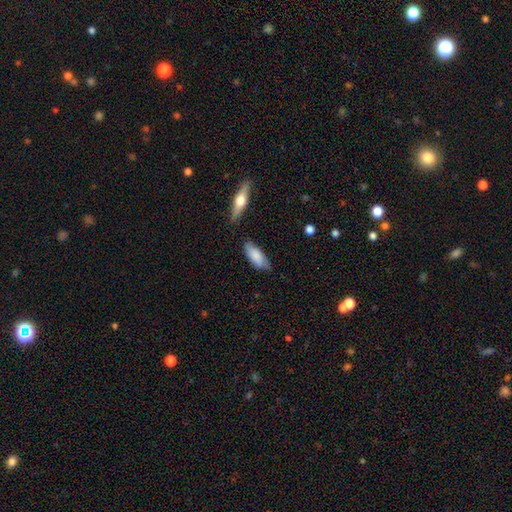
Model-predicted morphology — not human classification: A smooth galaxy with no disk features (81%) that is in between round and cigar-shaped (72%). Merging: none (73%).